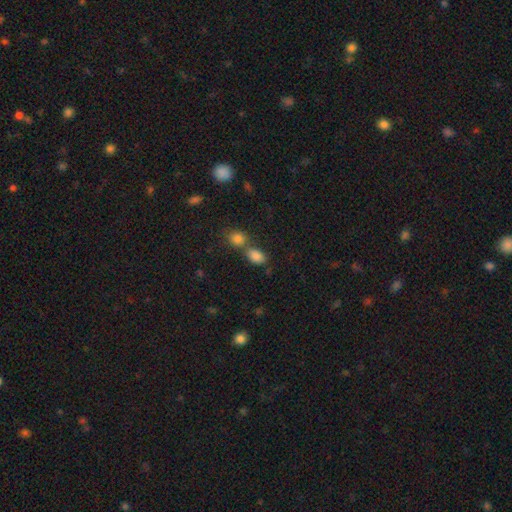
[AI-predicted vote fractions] Overall: smooth (84%). How rounded: in between (85%). Merging: none (44%; merger 42%).